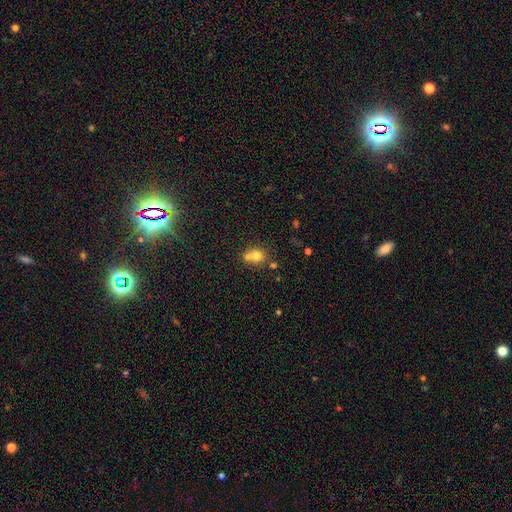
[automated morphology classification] smooth 72%, featured or disk 15%, star or artifact 13%. Down the decision tree: how rounded — round (70%); merging — merger (47%).